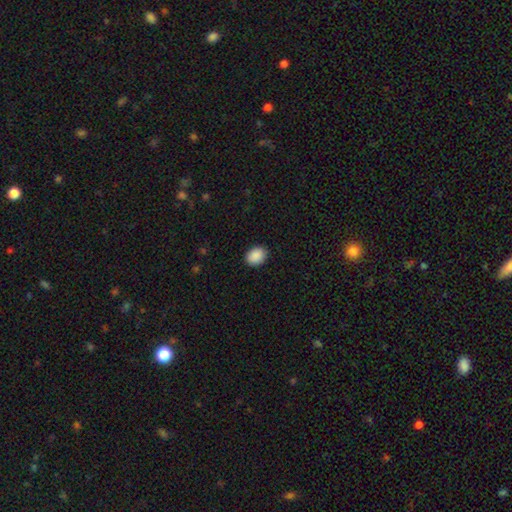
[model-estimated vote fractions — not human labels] Morphology: type=smooth (90%); roundness=in between (57%); merging=none (89%).